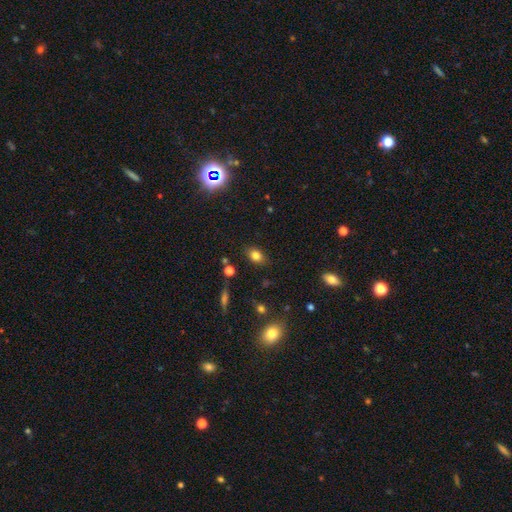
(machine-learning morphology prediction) Smooth or featured?
  - smooth: 80% *
  - star or artifact: 12%
  - featured or disk: 8%
How rounded?
  - in between: 68% *
  - round: 30%
  - cigar-shaped: 2%
Merging?
  - none: 83% *
  - minor disturbance: 12%
  - major disturbance: 3%
  - merger: 2%